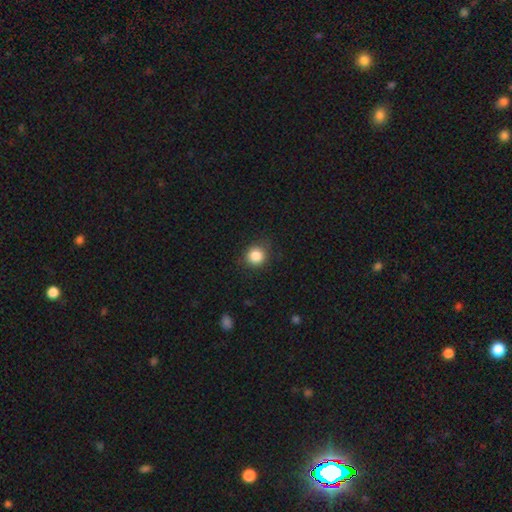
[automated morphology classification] smooth 85%, star or artifact 10%, featured or disk 5%. Down the decision tree: how rounded — round (86%); merging — none (83%).